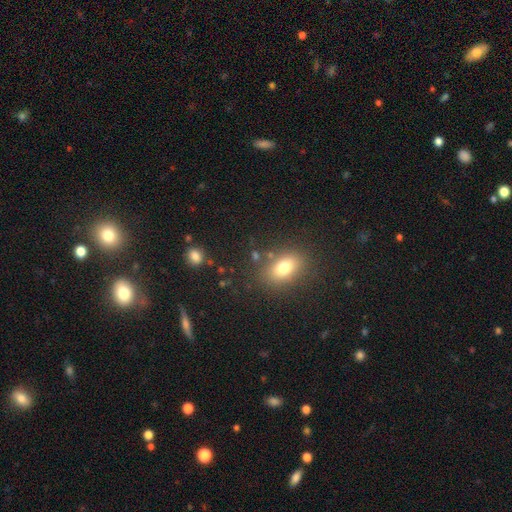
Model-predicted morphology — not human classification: This is likely a smooth galaxy (68%). How rounded: likely in between (73%). Merging: clearly none (81%).